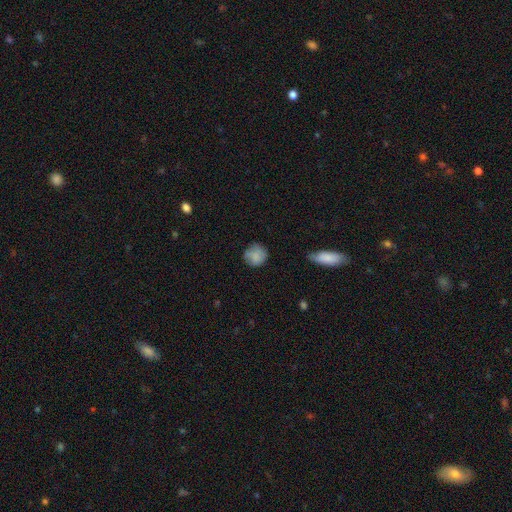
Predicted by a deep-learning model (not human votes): Smooth or featured?
  - smooth: 80% *
  - featured or disk: 12%
  - star or artifact: 8%
How rounded?
  - round: 85% *
  - in between: 14%
  - cigar-shaped: 1%
Merging?
  - none: 67% *
  - minor disturbance: 25%
  - major disturbance: 6%
  - merger: 2%